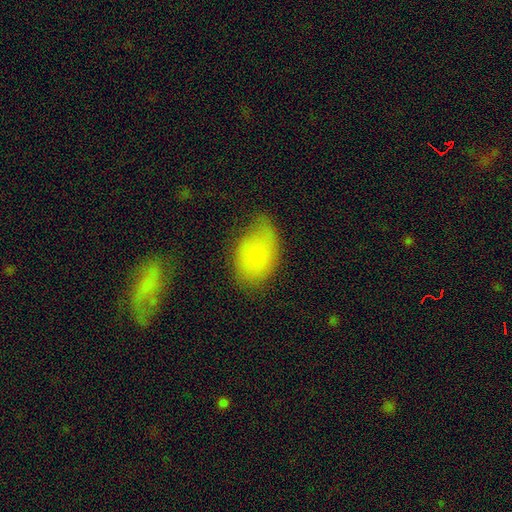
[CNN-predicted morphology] Overall: smooth (73%). How rounded: in between (88%). Merging: none (54%; minor disturbance 32%).